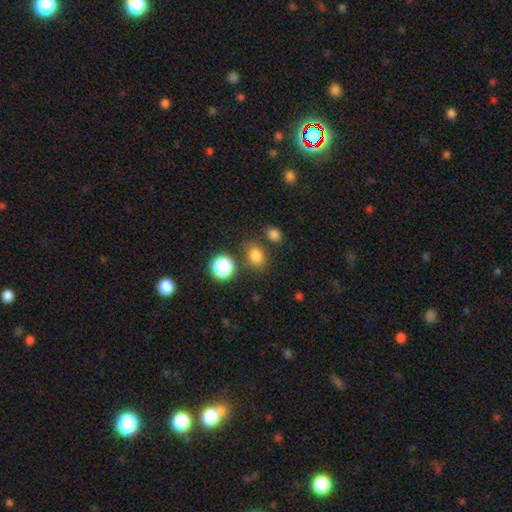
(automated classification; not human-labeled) Smooth or featured? Predicted: smooth (p=0.78). How rounded? Predicted: round (p=0.58). Merging? Predicted: none (p=0.76).